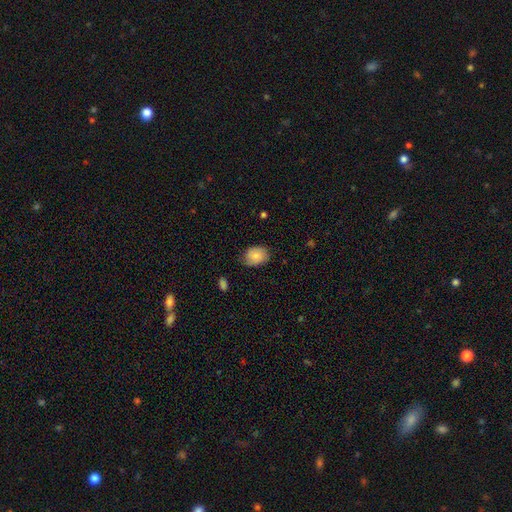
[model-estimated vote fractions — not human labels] Smooth or featured? smooth (82%)
How rounded? in between (64%)
Merging? none (69%)